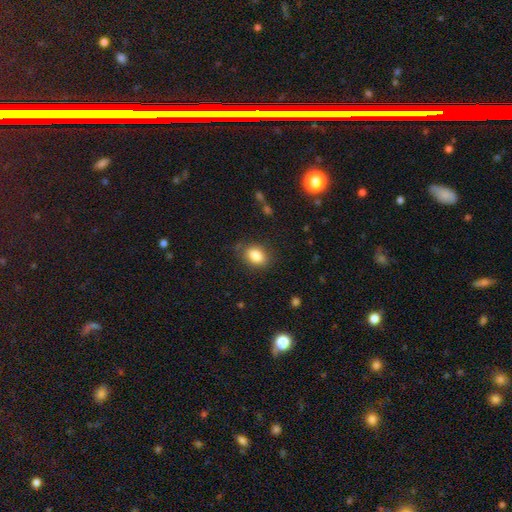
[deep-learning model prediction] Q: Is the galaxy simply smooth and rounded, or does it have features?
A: smooth — 85%.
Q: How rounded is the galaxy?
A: in between — 79%.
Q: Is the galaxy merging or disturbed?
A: none — 80%.